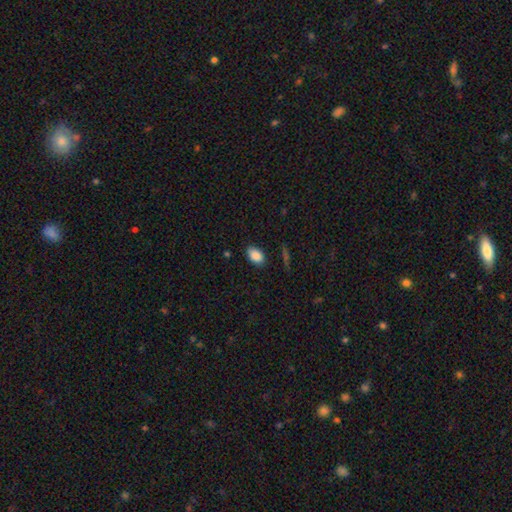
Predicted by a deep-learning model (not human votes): Smooth or featured: smooth — 87% (star or artifact — 8%)
How rounded: in between — 90% (round — 8%)
Merging: none — 83% (minor disturbance — 13%)